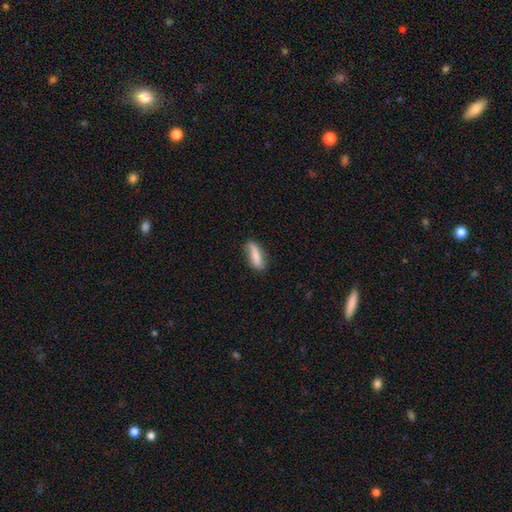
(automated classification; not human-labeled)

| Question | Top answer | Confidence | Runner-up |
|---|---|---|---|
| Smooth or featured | smooth | 73% | featured or disk (20%) |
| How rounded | in between | 53% | cigar-shaped (44%) |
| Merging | none | 67% | minor disturbance (24%) |